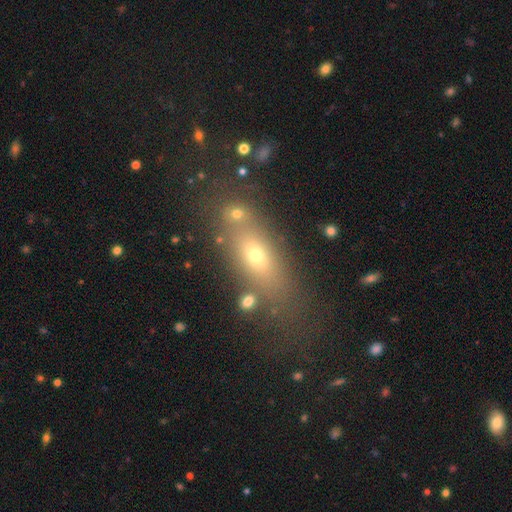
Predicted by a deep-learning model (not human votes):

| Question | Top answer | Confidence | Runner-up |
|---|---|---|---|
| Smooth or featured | smooth | 56% | featured or disk (24%) |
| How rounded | in between | 57% | cigar-shaped (31%) |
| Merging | none | 69% | minor disturbance (12%) |